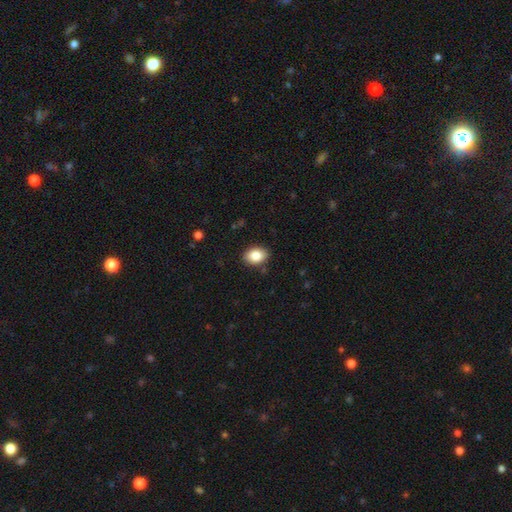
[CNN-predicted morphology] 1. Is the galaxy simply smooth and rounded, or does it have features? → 86% smooth, 8% star or artifact, 6% featured or disk.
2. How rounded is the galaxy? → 80% in between, 19% round, 1% cigar-shaped.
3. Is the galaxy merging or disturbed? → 88% none, 9% minor disturbance, 2% major disturbance, 1% merger.